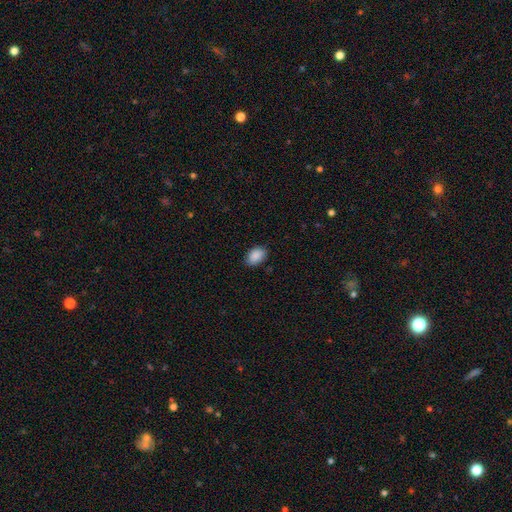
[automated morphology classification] Smooth or featured?
  - smooth: 90% *
  - star or artifact: 7%
  - featured or disk: 3%
How rounded?
  - in between: 87% *
  - round: 12%
  - cigar-shaped: 1%
Merging?
  - none: 85% *
  - minor disturbance: 11%
  - major disturbance: 2%
  - merger: 1%